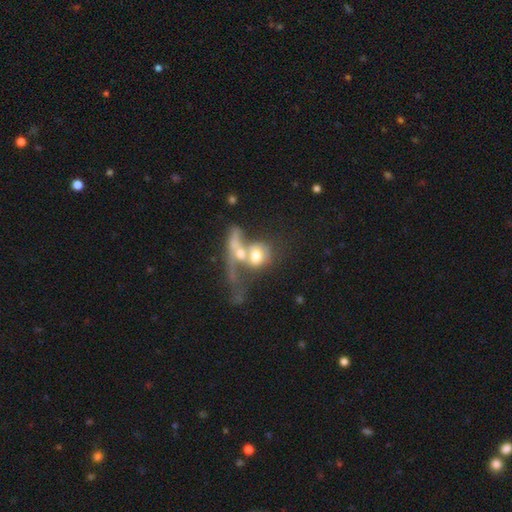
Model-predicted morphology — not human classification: A smooth galaxy with no disk features (48%).

Vote fractions:
- Smooth or featured? smooth: 48% / featured or disk: 43% / star or artifact: 9%
- Merging? merger: 70% / major disturbance: 15% / none: 9% / minor disturbance: 5%